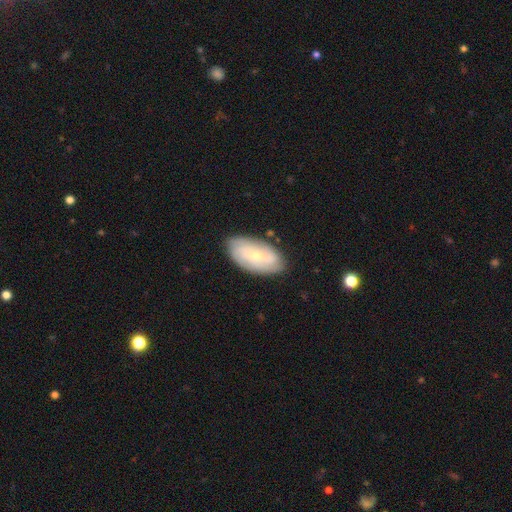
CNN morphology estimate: This appears to be a featured or disk galaxy (58%) with no bar (67%), spiral arms (77%) and a small central bulge (62%). Merging: none (81%).